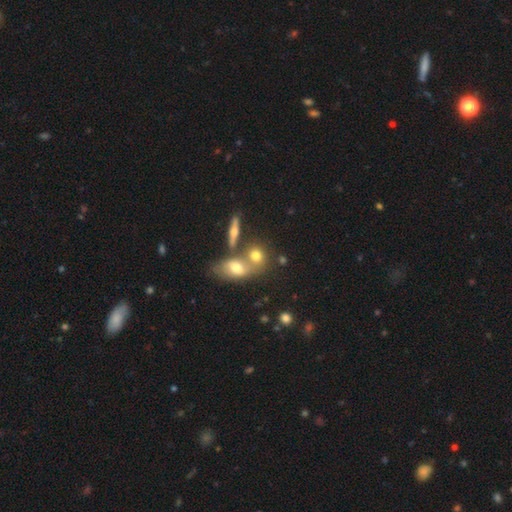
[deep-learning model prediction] smooth 68%, featured or disk 21%, star or artifact 11%. Down the decision tree: how rounded — round (51%); merging — merger (45%).